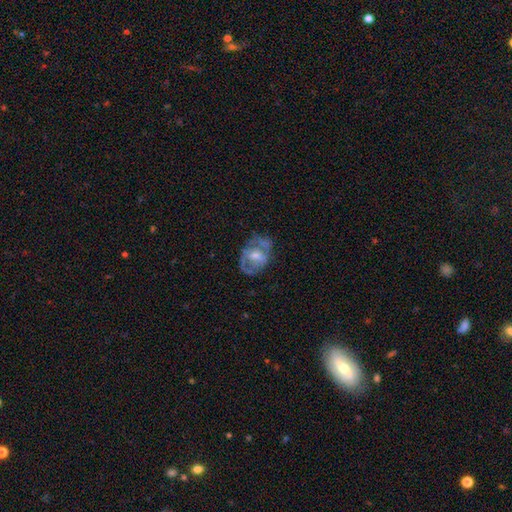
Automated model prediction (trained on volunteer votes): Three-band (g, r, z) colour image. It shows a featured or disk galaxy (64%) with no bar (48%), spiral arms (52%) and a moderate central bulge (49%). Merging: none (44%).